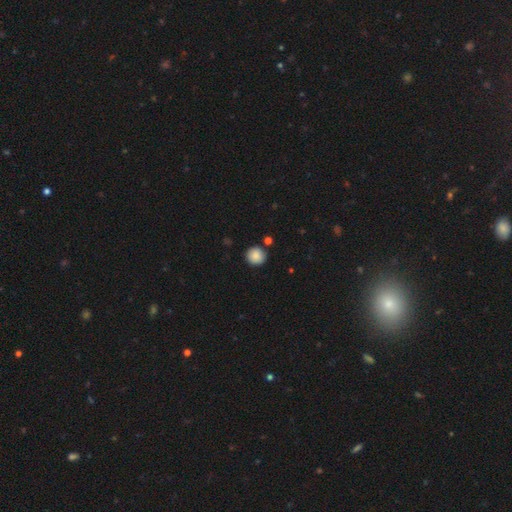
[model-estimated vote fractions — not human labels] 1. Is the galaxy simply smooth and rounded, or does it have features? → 87% smooth, 8% star or artifact, 4% featured or disk.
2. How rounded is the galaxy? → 93% round, 6% in between, 1% cigar-shaped.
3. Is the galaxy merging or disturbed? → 87% none, 7% minor disturbance, 4% merger, 2% major disturbance.